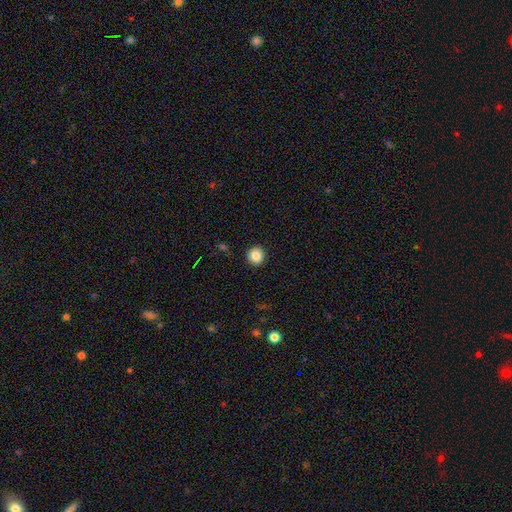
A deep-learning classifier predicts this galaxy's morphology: smooth_or_featured: smooth (p=0.86) [alt: star or artifact p=0.10]
how_rounded: round (p=0.94) [alt: in between p=0.05]
merging: none (p=0.93) [alt: minor disturbance p=0.04]